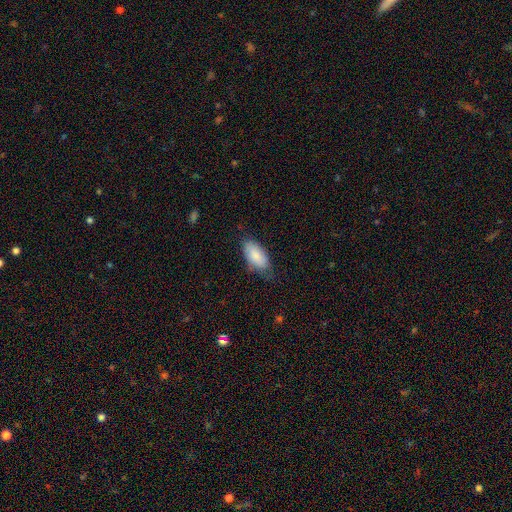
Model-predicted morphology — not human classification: smooth_or_featured: smooth (p=0.84) [alt: featured or disk p=0.10]
how_rounded: in between (p=0.93) [alt: cigar-shaped p=0.05]
merging: none (p=0.61) [alt: minor disturbance p=0.30]